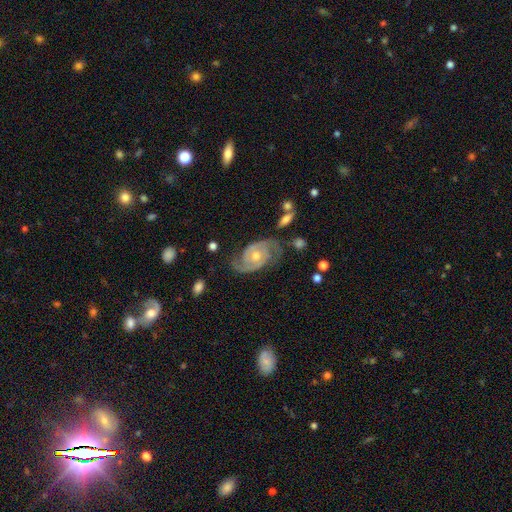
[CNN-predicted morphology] Smooth or featured? featured or disk (90%)
Edge-on disk? no (97%)
Bar? no (69%)
Spiral arms? yes (98%)
Spiral winding? tight (57%)
Spiral arm count? 2 (85%)
Bulge size? moderate (64%)
Merging? none (76%)